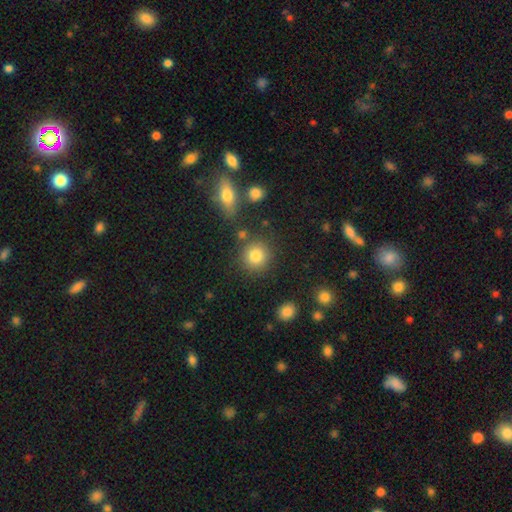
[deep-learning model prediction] The model was most divided on "smooth or featured": smooth: 82%, star or artifact: 11%, featured or disk: 7%. More confident: how rounded — round (90%); merging — none (81%).